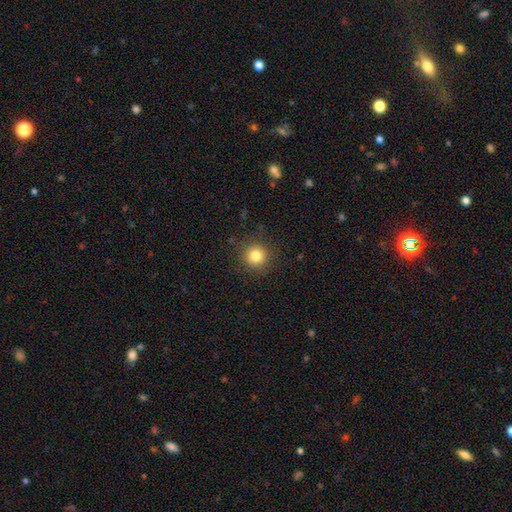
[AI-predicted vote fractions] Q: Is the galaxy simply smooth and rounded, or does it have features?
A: smooth — 82%.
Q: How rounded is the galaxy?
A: round — 94%.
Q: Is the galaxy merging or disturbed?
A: none — 89%.